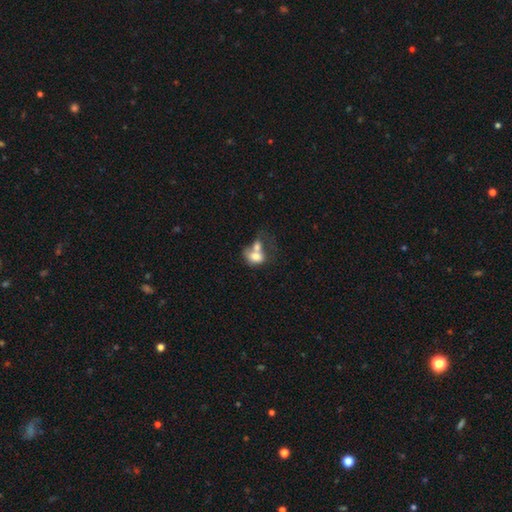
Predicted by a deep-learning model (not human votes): smooth_or_featured: smooth (p=0.68) [alt: featured or disk p=0.24]
how_rounded: in between (p=0.65) [alt: round p=0.34]
merging: merger (p=0.69) [alt: none p=0.14]